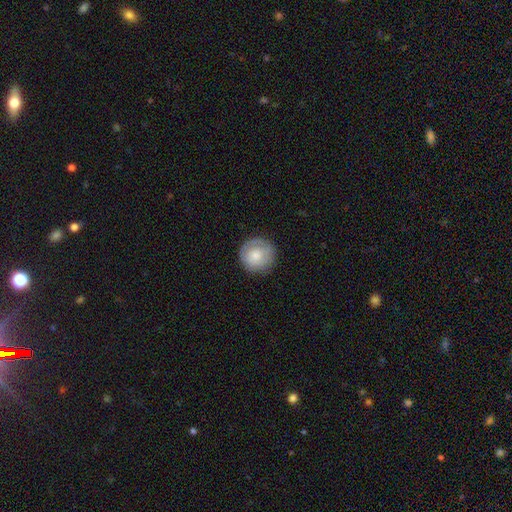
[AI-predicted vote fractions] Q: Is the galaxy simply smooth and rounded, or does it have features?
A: smooth — 69%.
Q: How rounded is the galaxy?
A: round — 93%.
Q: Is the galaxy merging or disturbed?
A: none — 80%.